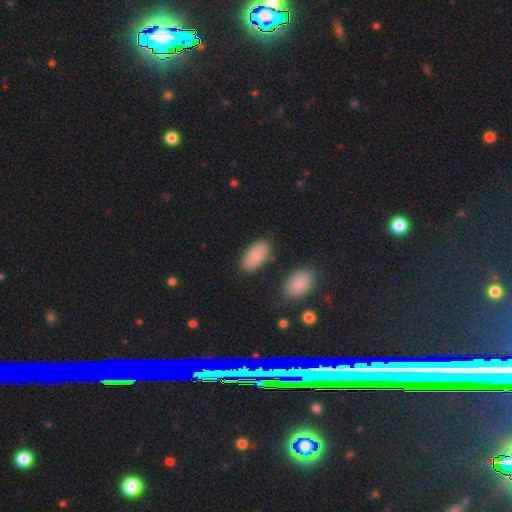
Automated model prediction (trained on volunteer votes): This appears to be a smooth galaxy with no disk features (85%) that is in between round and cigar-shaped (94%). Merging: none (79%).